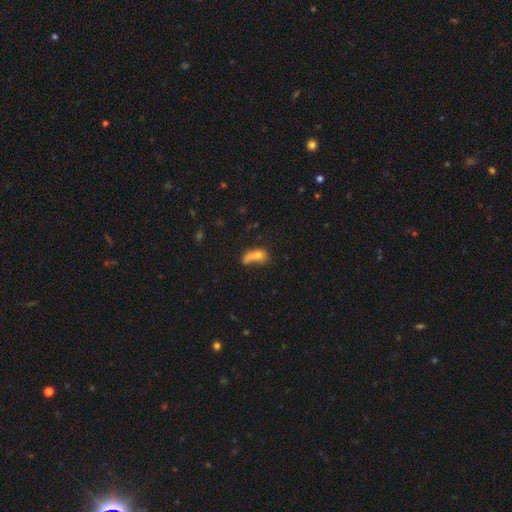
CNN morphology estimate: A smooth galaxy with no disk features (66%) that is in between round and cigar-shaped (68%). Merging: merger (33%).